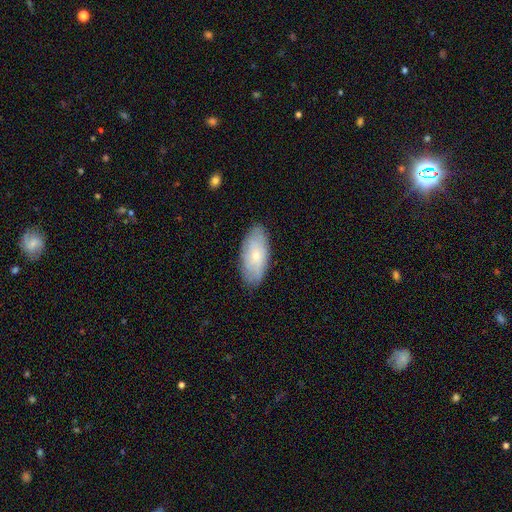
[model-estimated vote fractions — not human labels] A smooth galaxy with no disk features (59%) that is in between round and cigar-shaped (89%).

Vote fractions:
- Smooth or featured? smooth: 59% / featured or disk: 34% / star or artifact: 7%
- How rounded? in between: 89% / cigar-shaped: 8% / round: 3%
- Merging? none: 82% / minor disturbance: 14% / major disturbance: 3% / merger: 1%